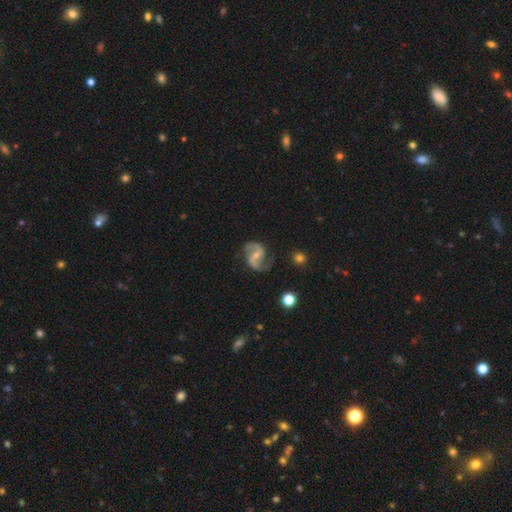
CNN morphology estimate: This appears to be a featured or disk galaxy (90%) with a weak bar (46%), 2 (94%) medium (47%) spiral arms (97%) and a small central bulge (59%). Merging: none (78%).